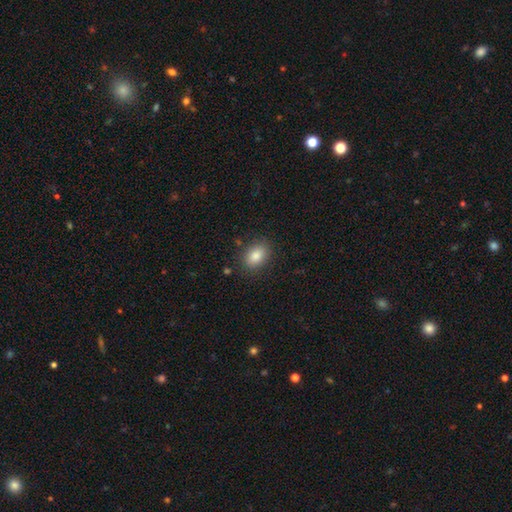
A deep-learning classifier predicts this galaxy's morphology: Overall: smooth (84%). How rounded: in between (78%). Merging: none (86%).